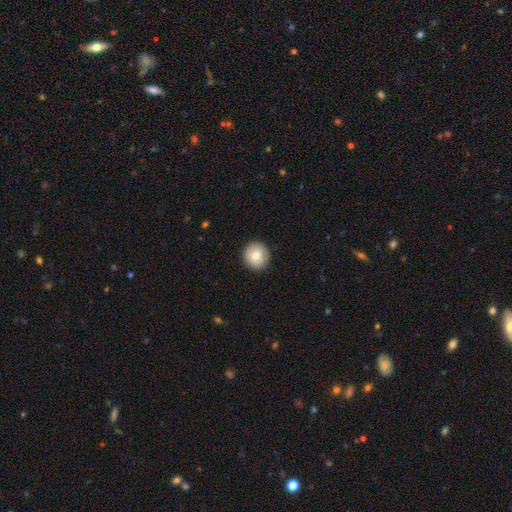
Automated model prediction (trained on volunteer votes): Smooth or featured?
  - smooth: 79% *
  - featured or disk: 14%
  - star or artifact: 7%
How rounded?
  - round: 92% *
  - in between: 8%
  - cigar-shaped: 1%
Merging?
  - none: 90% *
  - minor disturbance: 7%
  - major disturbance: 2%
  - merger: 1%